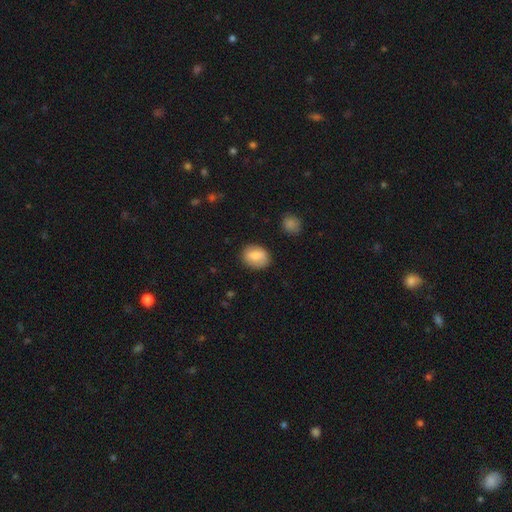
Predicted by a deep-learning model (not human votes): smooth_or_featured: smooth (p=0.78) [alt: featured or disk p=0.15]
how_rounded: in between (p=0.61) [alt: round p=0.37]
merging: none (p=0.83) [alt: minor disturbance p=0.12]